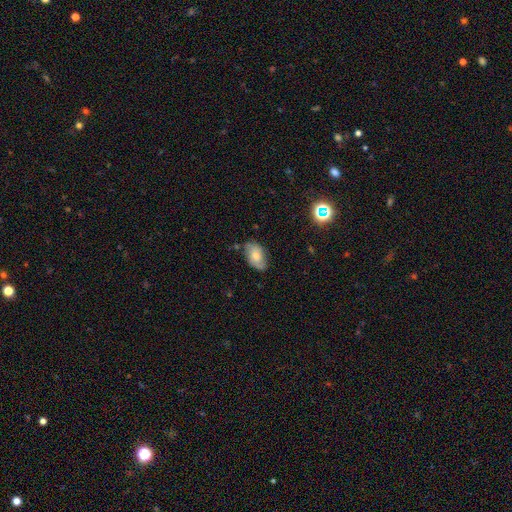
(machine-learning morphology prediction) Smooth or featured? smooth (53%)
How rounded? in between (91%)
Merging? none (70%)